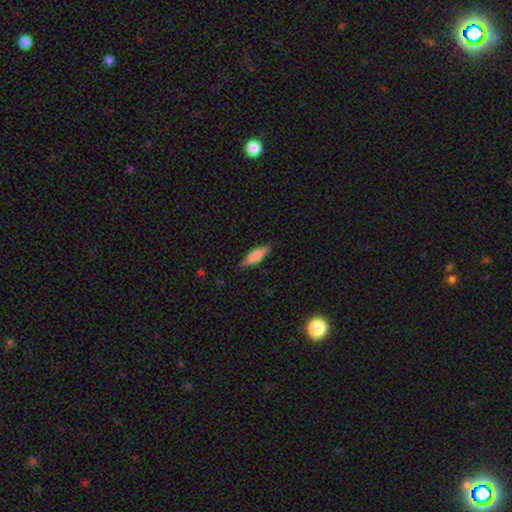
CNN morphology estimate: Smooth or featured?
  - smooth: 69% *
  - featured or disk: 25%
  - star or artifact: 6%
How rounded?
  - cigar-shaped: 58% *
  - in between: 40%
  - round: 2%
Merging?
  - none: 85% *
  - minor disturbance: 11%
  - major disturbance: 2%
  - merger: 1%